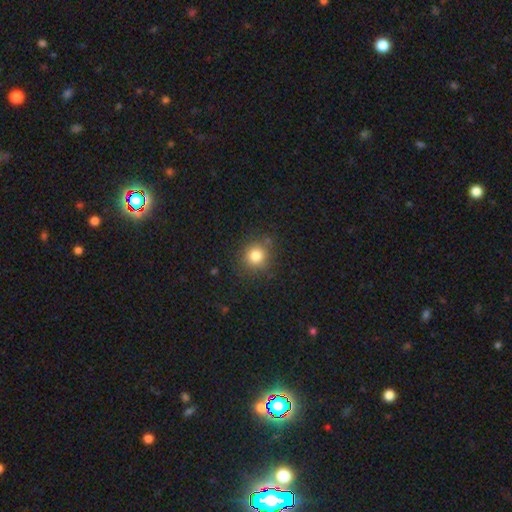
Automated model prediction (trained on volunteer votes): Overall: smooth (81%). How rounded: round (87%). Merging: none (84%).